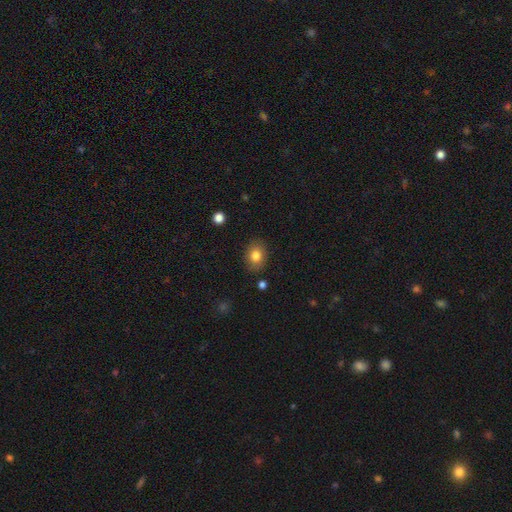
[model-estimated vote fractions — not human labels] Overall: smooth (82%). How rounded: in between (56%; round 43%). Merging: none (85%).